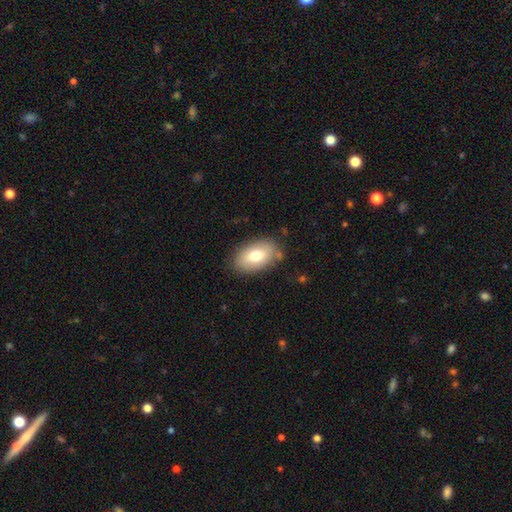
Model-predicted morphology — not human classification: This is likely a smooth galaxy (74%). How rounded: clearly in between (92%). Merging: clearly none (81%).